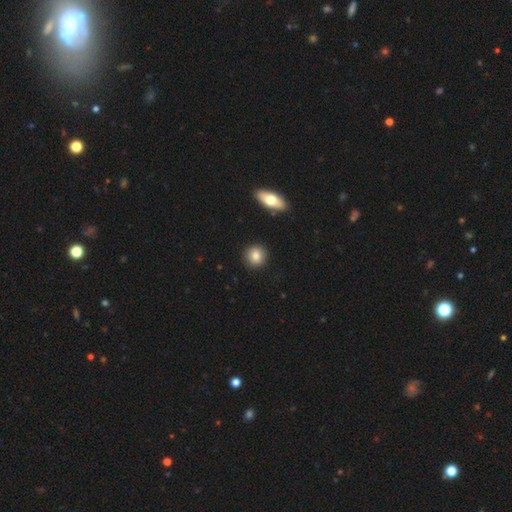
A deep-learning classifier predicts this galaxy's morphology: Smooth or featured? Predicted: smooth (p=0.81). How rounded? Predicted: round (p=0.89). Merging? Predicted: none (p=0.91).